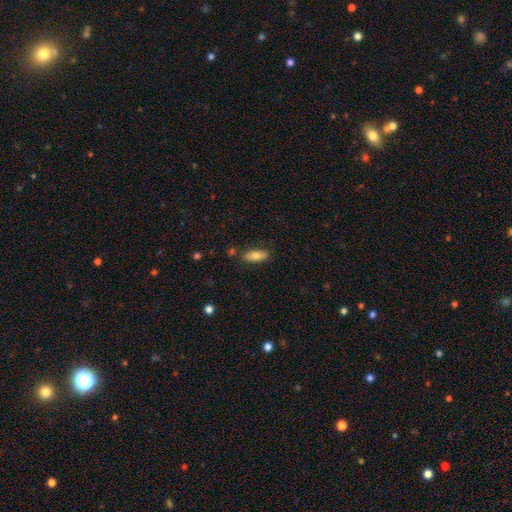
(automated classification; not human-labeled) Smooth or featured? smooth (78%)
How rounded? in between (67%)
Merging? none (83%)